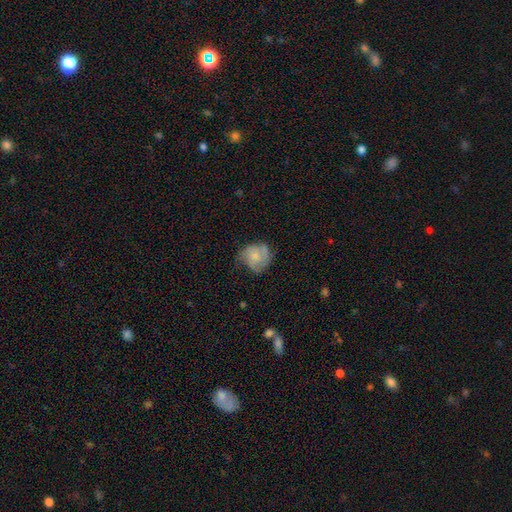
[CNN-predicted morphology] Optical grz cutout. It shows a smooth galaxy with no disk features (51%) that is round (77%). Merging: none (51%).